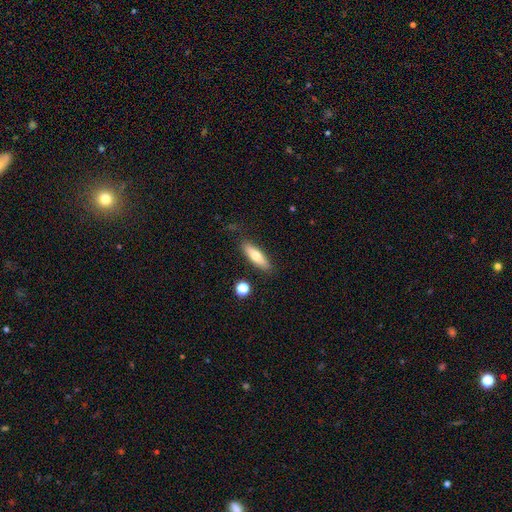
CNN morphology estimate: The model was most divided on "how rounded": cigar-shaped: 52%, in between: 46%, round: 2%. More confident: merging — none (83%); smooth or featured — smooth (67%).